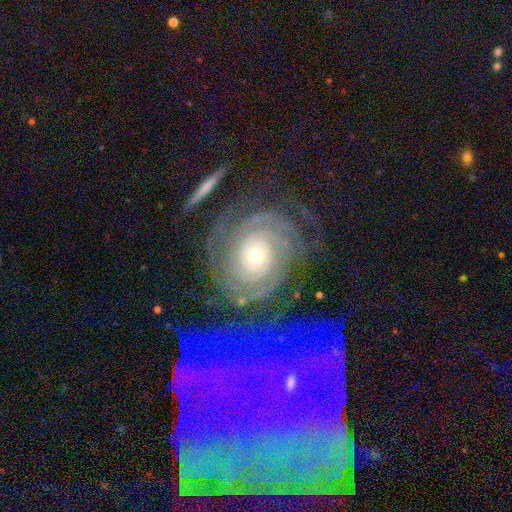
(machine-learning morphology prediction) Q: Smooth or featured?
A: featured or disk (89%); runner-up: star or artifact (6%)
Q: Edge-on disk?
A: no (97%); runner-up: yes (3%)
Q: Bar?
A: no (79%); runner-up: weak (14%)
Q: Spiral arms?
A: yes (97%); runner-up: no (3%)
Q: Spiral winding?
A: tight (80%); runner-up: medium (15%)
Q: Spiral arm count?
A: 2 (37%); runner-up: can't tell (23%)
Q: Bulge size?
A: small (53%); runner-up: moderate (41%)
Q: Merging?
A: none (67%); runner-up: minor disturbance (15%)